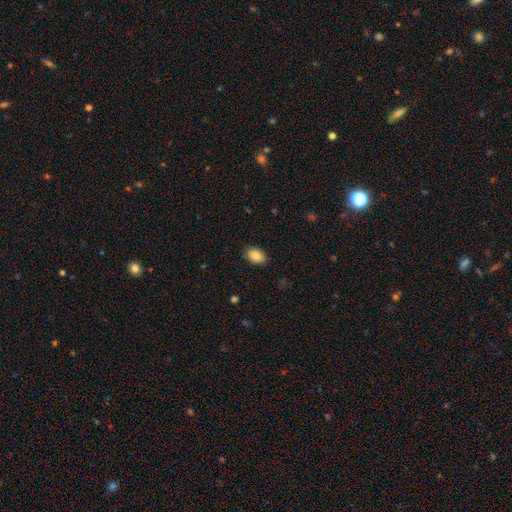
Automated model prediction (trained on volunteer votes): This appears to be a smooth galaxy with no disk features (88%) that is in between round and cigar-shaped (85%). Merging: none (88%).